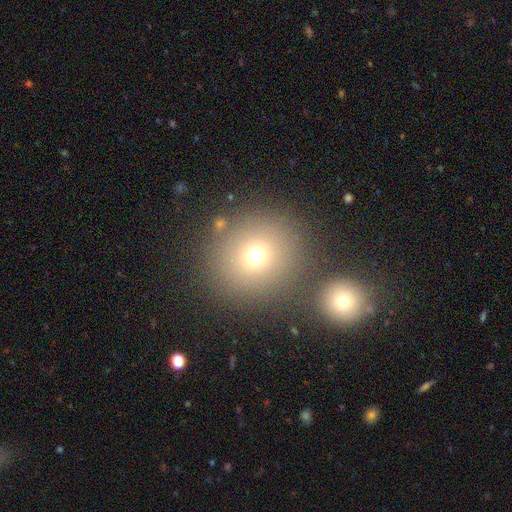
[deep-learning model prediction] Smooth or featured: smooth — 71% (star or artifact — 17%)
How rounded: round — 89% (in between — 10%)
Merging: none — 75% (merger — 14%)